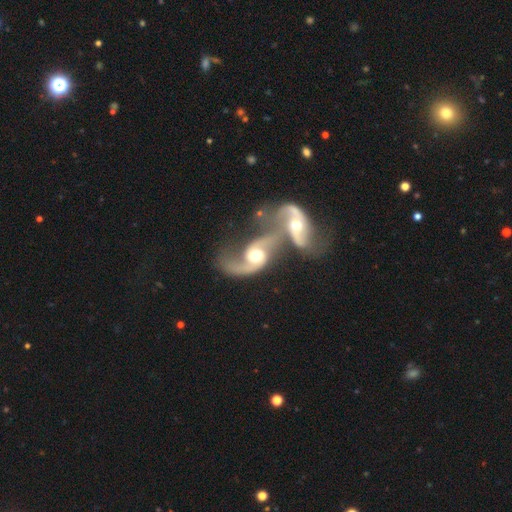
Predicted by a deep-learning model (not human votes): Smooth or featured?
  - featured or disk: 86% *
  - smooth: 10%
  - star or artifact: 5%
Edge-on disk?
  - no: 96% *
  - yes: 4%
Bar?
  - no: 57% *
  - weak: 31%
  - strong: 12%
Spiral arms?
  - yes: 94% *
  - no: 6%
Spiral winding?
  - loose: 59% *
  - medium: 33%
  - tight: 8%
Spiral arm count?
  - 2: 84% *
  - 1: 9%
  - can't tell: 3%
  - 3: 1%
  - 4: 1%
  - more than 4: 1%
Bulge size?
  - moderate: 67% *
  - large: 21%
  - small: 9%
  - dominant: 2%
  - none: 1%
Merging?
  - merger: 78% *
  - none: 11%
  - major disturbance: 7%
  - minor disturbance: 5%